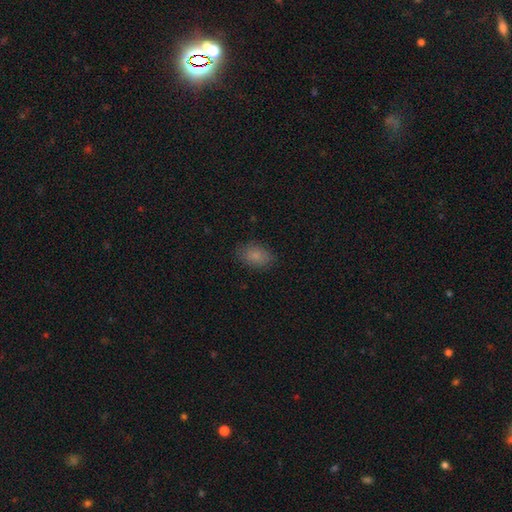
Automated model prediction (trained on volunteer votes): Q: Smooth or featured?
A: smooth (84%); runner-up: star or artifact (9%)
Q: How rounded?
A: in between (85%); runner-up: round (13%)
Q: Merging?
A: none (82%); runner-up: minor disturbance (13%)